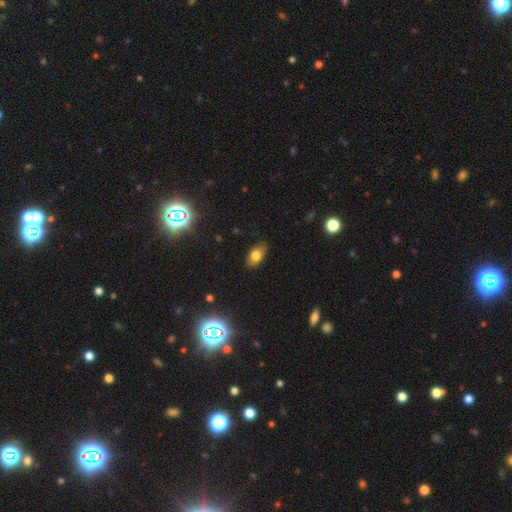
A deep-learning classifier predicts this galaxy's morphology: A smooth galaxy with no disk features (75%) that is in between round and cigar-shaped (90%). Merging: none (83%).